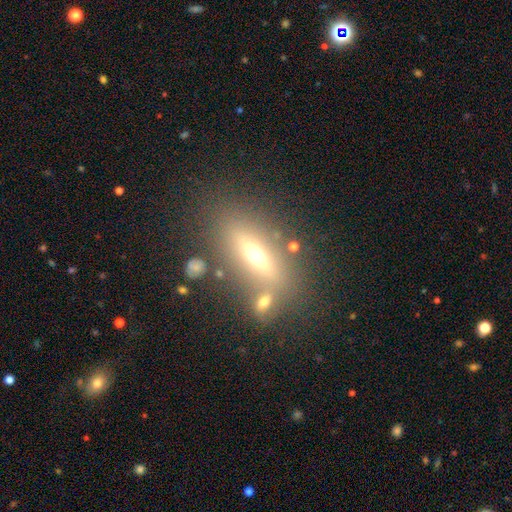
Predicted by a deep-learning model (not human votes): Smooth or featured?
  - featured or disk: 47% *
  - smooth: 40%
  - star or artifact: 12%
Merging?
  - none: 69% *
  - merger: 13%
  - minor disturbance: 12%
  - major disturbance: 6%